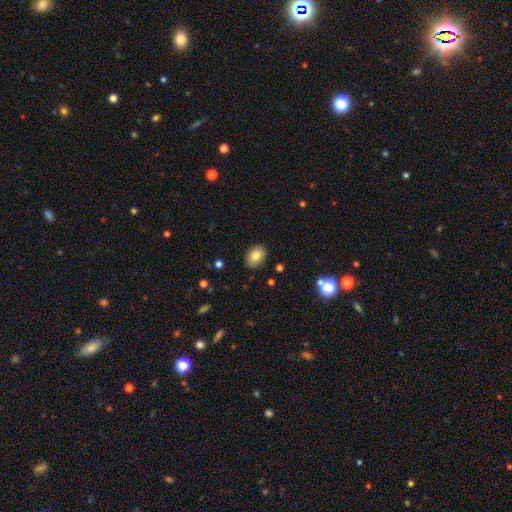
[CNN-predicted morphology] A smooth galaxy with no disk features (80%) that is in between round and cigar-shaped (73%).

Vote fractions:
- Smooth or featured? smooth: 80% / featured or disk: 11% / star or artifact: 9%
- How rounded? in between: 73% / round: 26% / cigar-shaped: 1%
- Merging? none: 88% / minor disturbance: 9% / major disturbance: 2% / merger: 1%